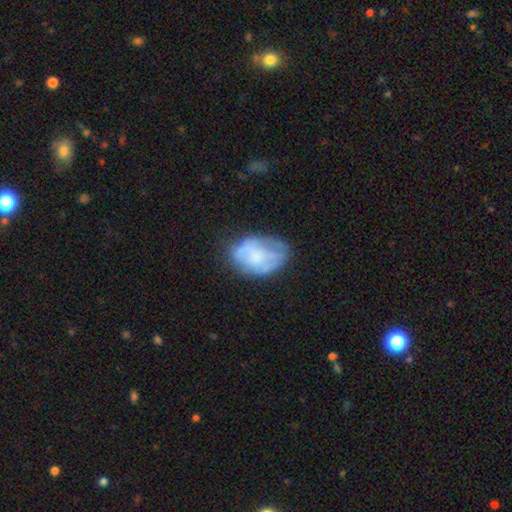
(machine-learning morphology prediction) A smooth galaxy with no disk features (52%) that is in between round and cigar-shaped (80%). Merging: none (49%).